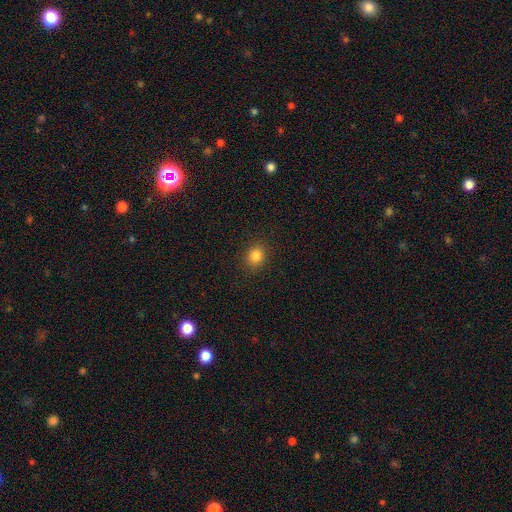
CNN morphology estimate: The model was most divided on "how rounded": round: 64%, in between: 35%, cigar-shaped: 1%. More confident: merging — none (89%); smooth or featured — smooth (83%).